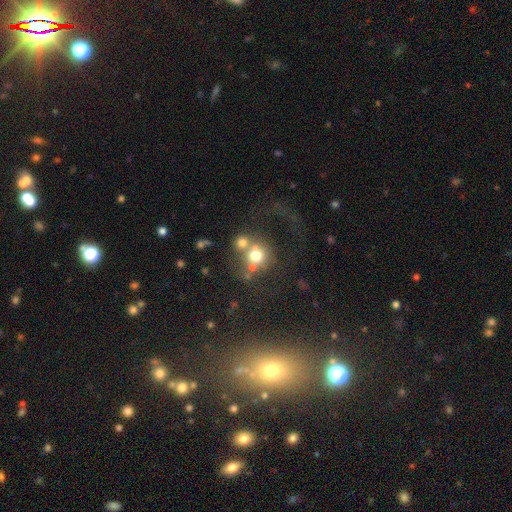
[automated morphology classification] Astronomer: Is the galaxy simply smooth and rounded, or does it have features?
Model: smooth — 62%.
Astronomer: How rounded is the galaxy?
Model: round — 83%.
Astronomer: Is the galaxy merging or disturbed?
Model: merger — 46% (runner-up: none, 34%).